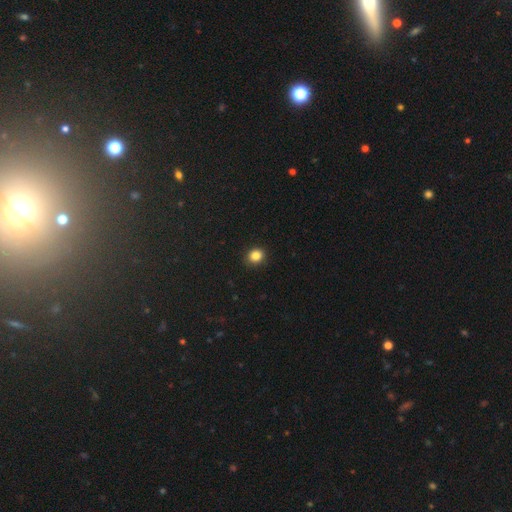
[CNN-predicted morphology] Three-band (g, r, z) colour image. It shows a smooth galaxy with no disk features (85%) that is round (75%). Merging: none (90%).